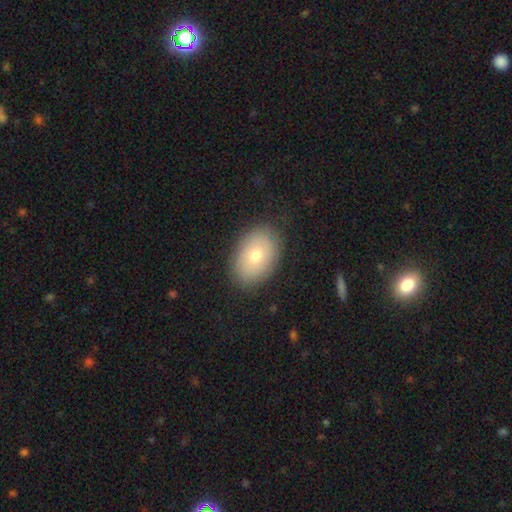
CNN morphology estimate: A smooth galaxy with no disk features (72%) that is in between round and cigar-shaped (83%). Merging: none (86%).